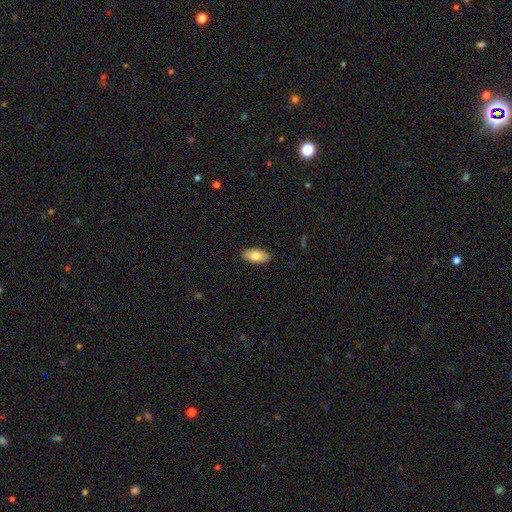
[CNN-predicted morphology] Q: Smooth or featured?
A: smooth (80%); runner-up: featured or disk (14%)
Q: How rounded?
A: in between (92%); runner-up: cigar-shaped (5%)
Q: Merging?
A: none (89%); runner-up: minor disturbance (8%)